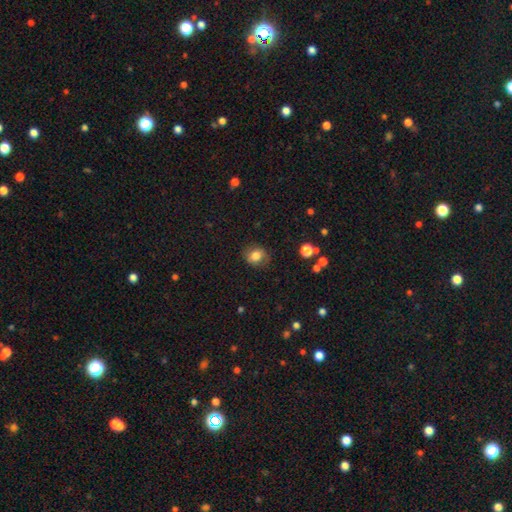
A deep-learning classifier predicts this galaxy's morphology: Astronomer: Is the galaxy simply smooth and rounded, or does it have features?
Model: smooth — 78%.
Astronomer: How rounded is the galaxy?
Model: round — 62% (runner-up: in between, 37%).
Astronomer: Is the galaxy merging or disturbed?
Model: none — 80%.